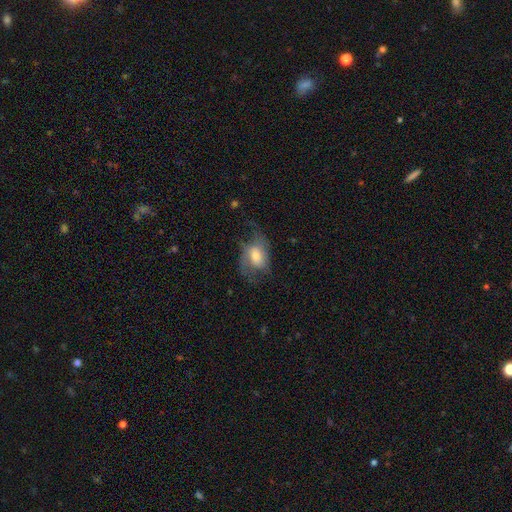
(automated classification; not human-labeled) This is possibly a featured or disk galaxy (54%). It is clearly not viewed edge-on (95%). Bar: possibly no (58%). Spiral arm pattern: likely yes (79%). Central bulge: possibly moderate (55%). Merging: marginally none (45%).